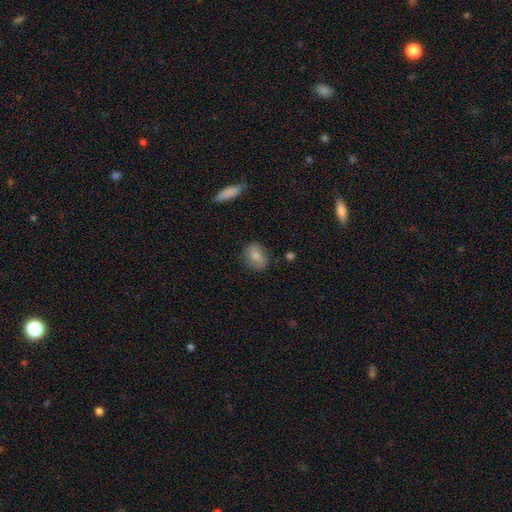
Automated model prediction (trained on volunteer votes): Smooth or featured: smooth — 76% (featured or disk — 16%)
How rounded: in between — 62% (round — 36%)
Merging: none — 78% (minor disturbance — 16%)